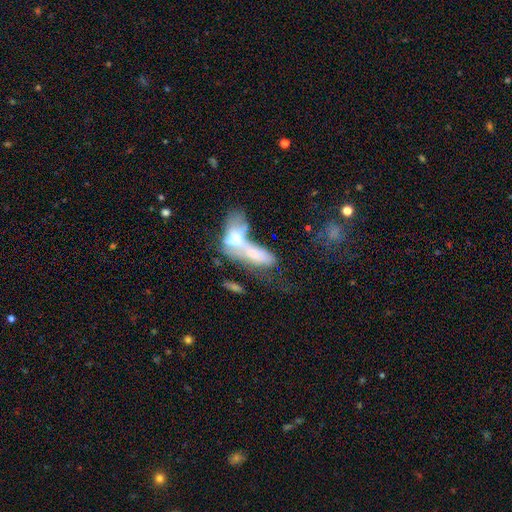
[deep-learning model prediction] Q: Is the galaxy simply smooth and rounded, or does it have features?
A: smooth — 47%.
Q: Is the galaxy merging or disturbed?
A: merger — 72%.